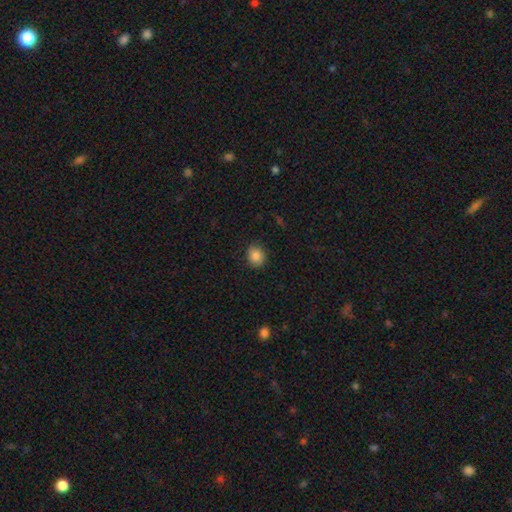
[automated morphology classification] Smooth or featured? smooth (85%)
How rounded? round (75%)
Merging? none (86%)